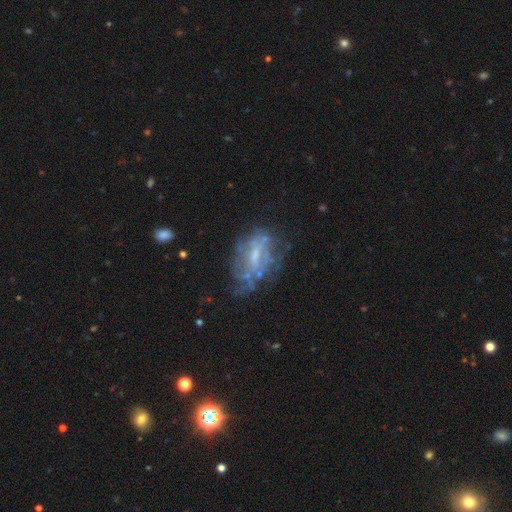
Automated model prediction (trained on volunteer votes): Smooth or featured? featured or disk (69%)
Edge-on disk? no (95%)
Bar? weak (46%)
Spiral arms? no (50%, tied with yes)
Bulge size? small (43%)
Merging? none (47%)